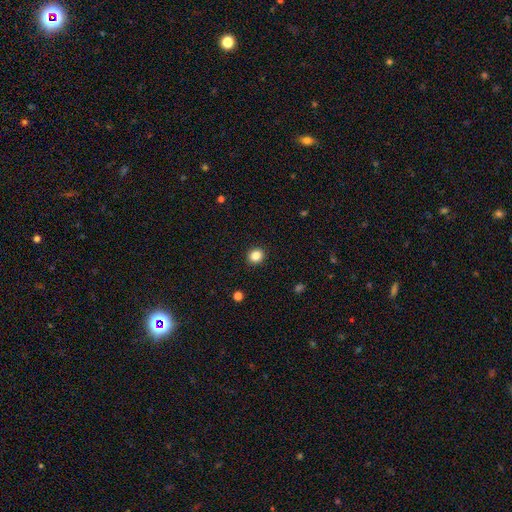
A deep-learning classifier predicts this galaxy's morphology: The model was most divided on "how rounded": round: 80%, in between: 19%, cigar-shaped: 1%. More confident: merging — none (92%); smooth or featured — smooth (85%).